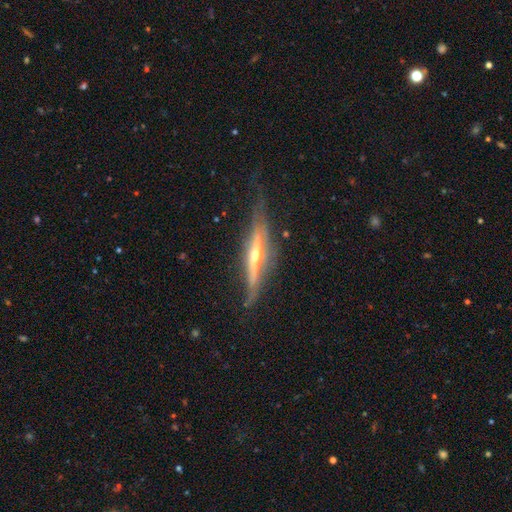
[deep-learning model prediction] Overall: featured or disk (81%). Edge-on disk: yes (92%). Edge-on bulge: rounded (84%). Merging: none (66%).